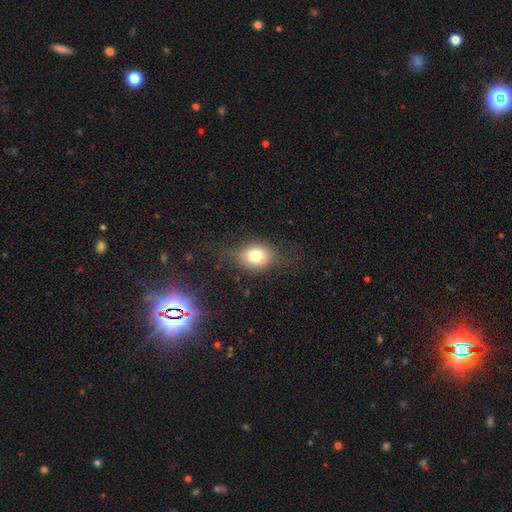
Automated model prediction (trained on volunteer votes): Smooth or featured? smooth (71%)
How rounded? in between (50%)
Merging? none (62%)